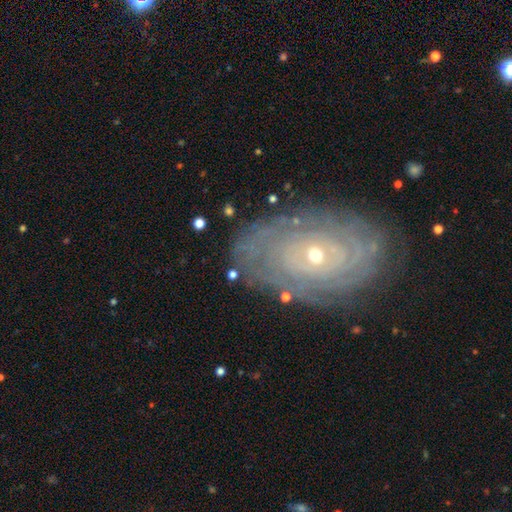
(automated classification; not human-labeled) This is clearly a featured or disk galaxy (83%). It is clearly not viewed edge-on (95%). Bar: clearly no (82%). Spiral arm pattern: clearly yes (92%). Spiral arm count: marginally can't tell (42%). Spiral winding: clearly tight (86%). Central bulge: likely small (64%). Merging: clearly none (82%).